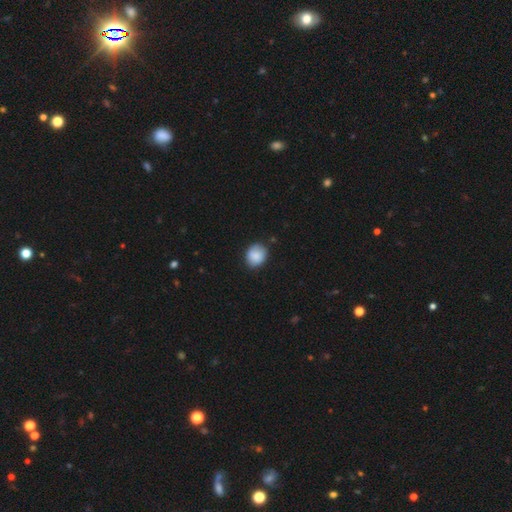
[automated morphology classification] Q: Smooth or featured?
A: smooth (84%); runner-up: featured or disk (8%)
Q: How rounded?
A: round (65%); runner-up: in between (34%)
Q: Merging?
A: none (76%); runner-up: minor disturbance (19%)